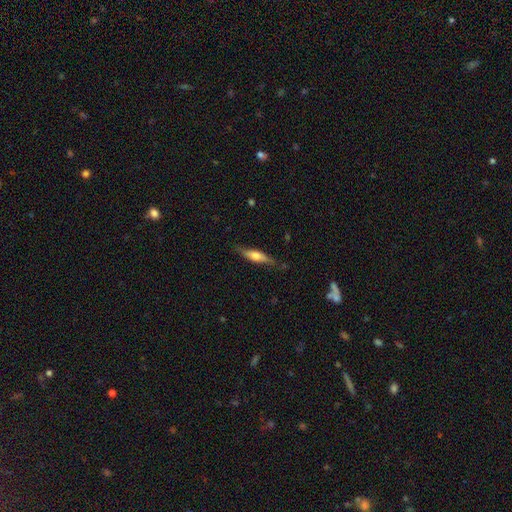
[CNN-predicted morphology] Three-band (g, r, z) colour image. It shows a smooth galaxy with no disk features (48%). Merging: none (79%).